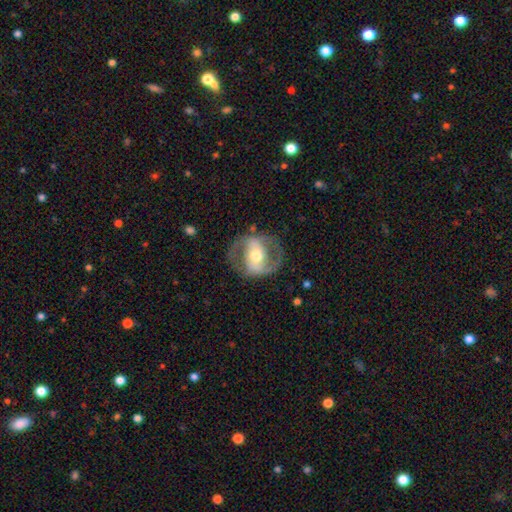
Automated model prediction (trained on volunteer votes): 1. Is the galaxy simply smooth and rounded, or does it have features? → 77% featured or disk, 18% smooth, 5% star or artifact.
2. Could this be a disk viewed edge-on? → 95% no, 5% yes.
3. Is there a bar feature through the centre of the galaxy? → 34% strong, 33% no, 33% weak.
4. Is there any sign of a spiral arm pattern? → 71% yes, 29% no.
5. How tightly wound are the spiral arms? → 51% medium, 27% loose, 23% tight.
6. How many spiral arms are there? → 86% 2, 8% can't tell, 3% 1, 1% 3, 1% 4, 1% more than 4.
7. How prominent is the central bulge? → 70% moderate, 17% small, 11% large, 1% dominant, 1% none.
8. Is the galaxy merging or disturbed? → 74% none, 14% minor disturbance, 11% major disturbance, 1% merger.